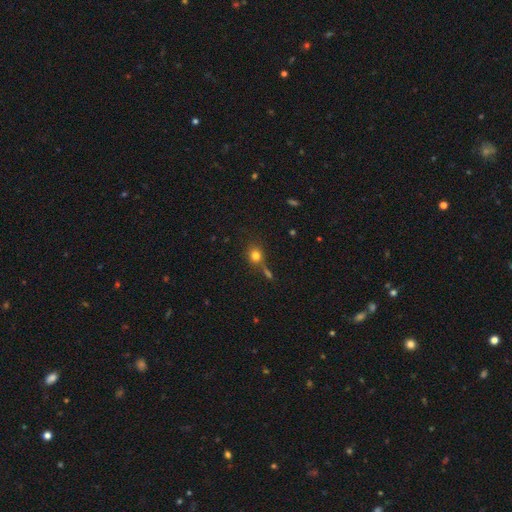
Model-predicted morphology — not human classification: type=smooth (79%); roundness=round (77%); merging=none (65%).